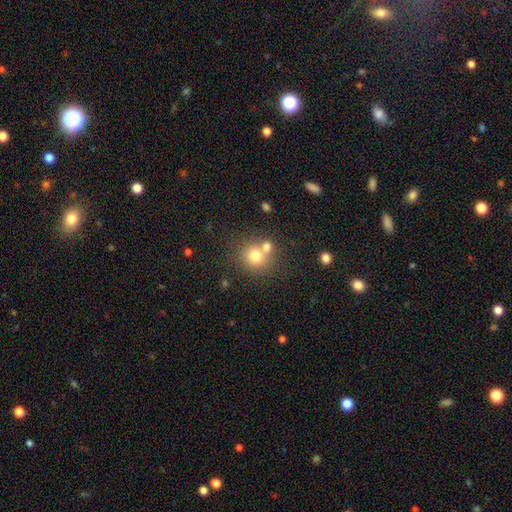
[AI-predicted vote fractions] smooth-or-featured: smooth: 75% | featured or disk: 13% | star or artifact: 12%
  how-rounded: round: 84% | in between: 15% | cigar-shaped: 1%
  merging: none: 52% | merger: 37% | minor disturbance: 8% | major disturbance: 3%